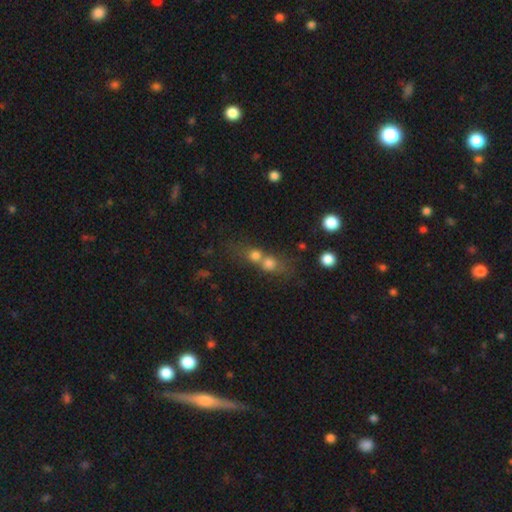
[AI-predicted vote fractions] Smooth or featured? Predicted: smooth (p=0.69). How rounded? Predicted: round (p=0.72). Merging? Predicted: merger (p=0.65).